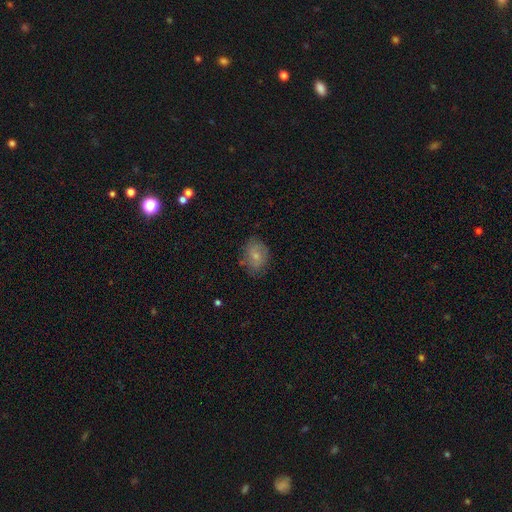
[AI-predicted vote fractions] smooth-or-featured: smooth: 63% | featured or disk: 28% | star or artifact: 9%
  how-rounded: in between: 64% | round: 35% | cigar-shaped: 1%
  merging: none: 71% | minor disturbance: 21% | major disturbance: 6% | merger: 2%